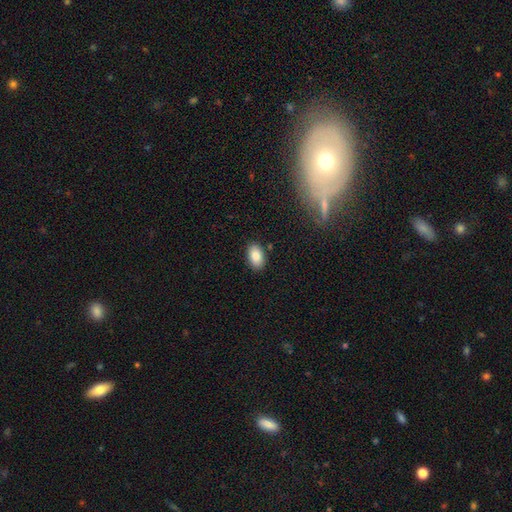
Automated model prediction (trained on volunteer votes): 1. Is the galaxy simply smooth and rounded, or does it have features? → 84% smooth, 8% star or artifact, 8% featured or disk.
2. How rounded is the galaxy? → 91% in between, 7% round, 1% cigar-shaped.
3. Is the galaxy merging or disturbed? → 87% none, 9% minor disturbance, 2% major disturbance, 2% merger.